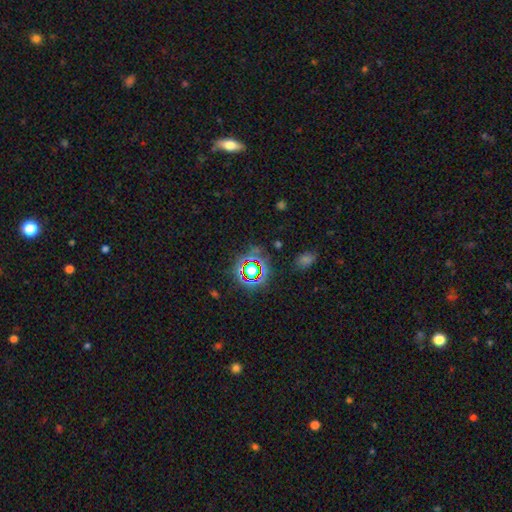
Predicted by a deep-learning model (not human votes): The model was most divided on "smooth or featured": star or artifact: 70%, smooth: 18%, featured or disk: 12%.